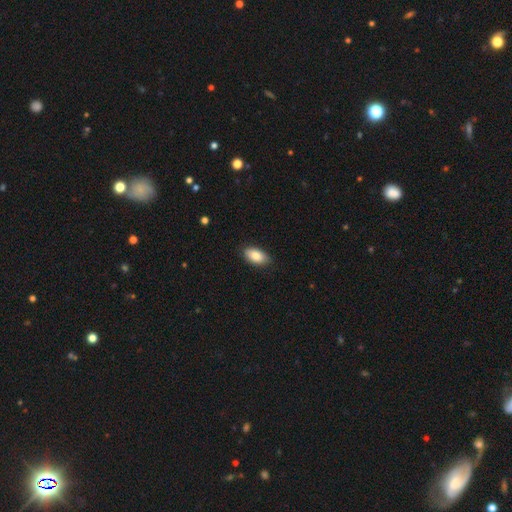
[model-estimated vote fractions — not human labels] smooth_or_featured: smooth (p=0.85) [alt: featured or disk p=0.09]
how_rounded: in between (p=0.93) [alt: round p=0.04]
merging: none (p=0.86) [alt: minor disturbance p=0.11]